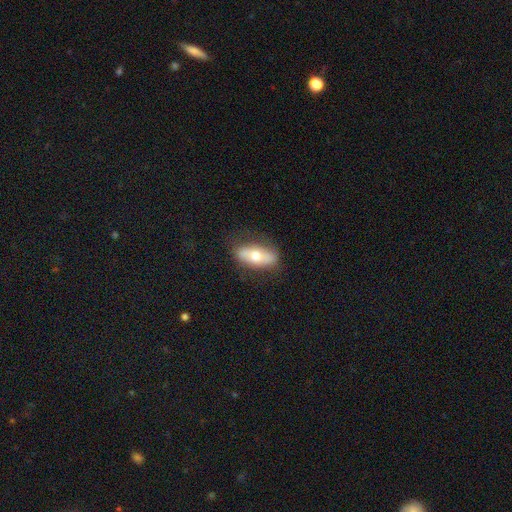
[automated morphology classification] type=smooth (59%); roundness=in between (78%); merging=none (79%).